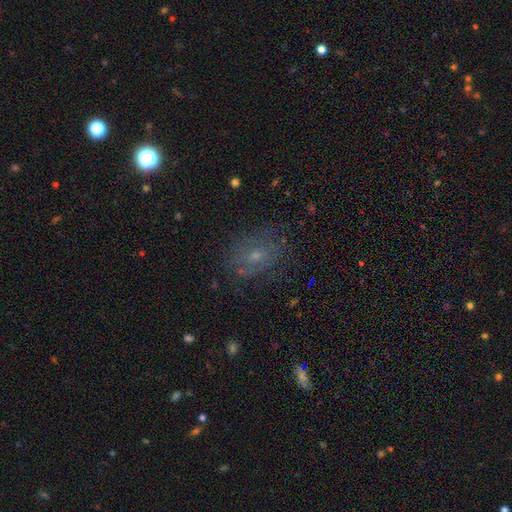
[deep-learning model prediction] smooth-or-featured: smooth: 48% | featured or disk: 32% | star or artifact: 20%
  merging: none: 72% | minor disturbance: 17% | major disturbance: 9% | merger: 1%